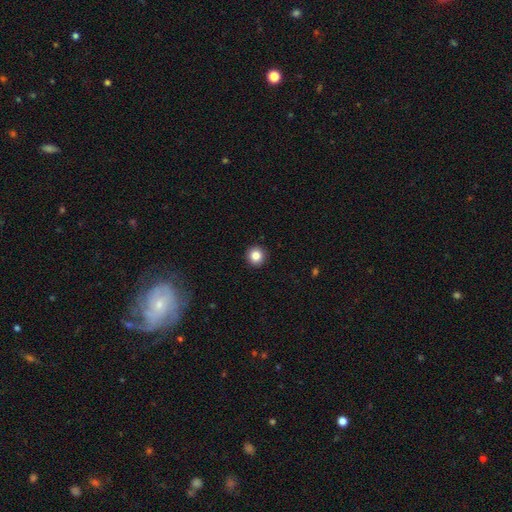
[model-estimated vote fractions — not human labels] Smooth or featured: smooth — 85% (star or artifact — 10%)
How rounded: round — 95% (in between — 4%)
Merging: none — 93% (minor disturbance — 4%)